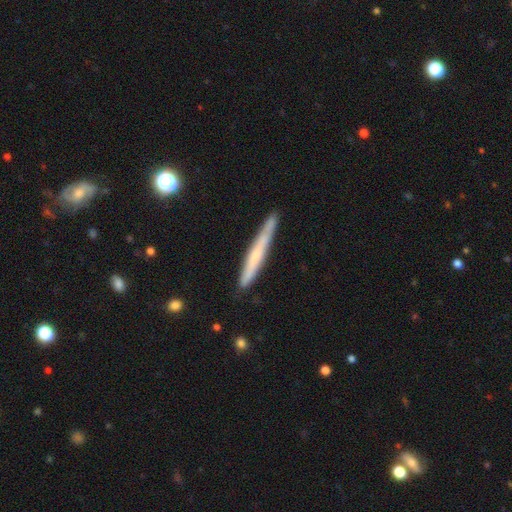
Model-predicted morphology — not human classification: Overall: smooth (49%; featured or disk 44%). Merging: none (81%).